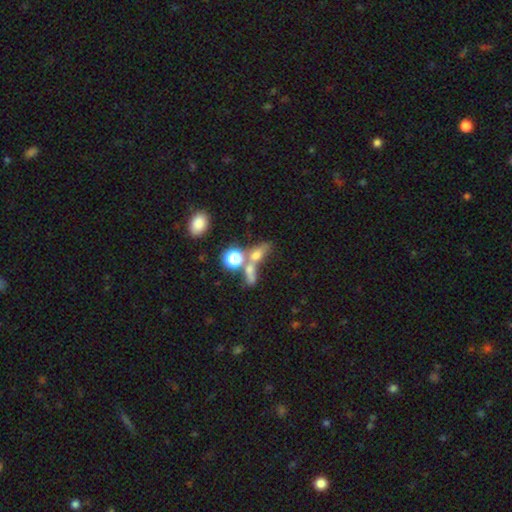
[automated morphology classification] Smooth or featured: smooth — 58% (featured or disk — 21%)
How rounded: in between — 47% (round — 38%)
Merging: merger — 48% (none — 32%)